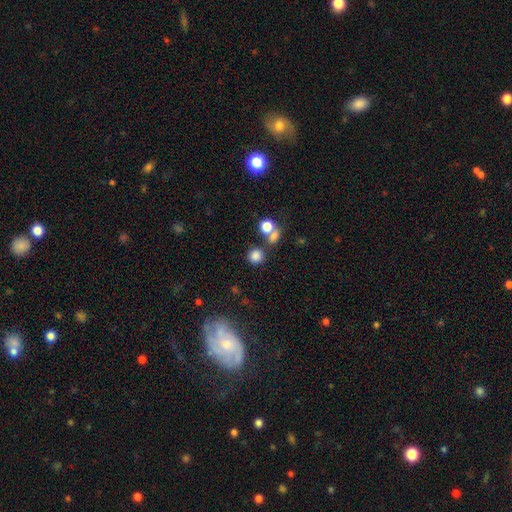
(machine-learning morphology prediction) This appears to be a smooth galaxy with no disk features (80%) that is round (89%). Merging: none (70%).